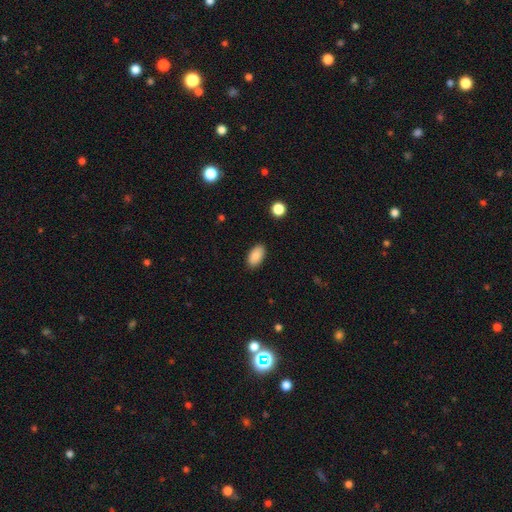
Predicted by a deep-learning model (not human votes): Q: Smooth or featured?
A: smooth (89%); runner-up: star or artifact (7%)
Q: How rounded?
A: in between (94%); runner-up: round (3%)
Q: Merging?
A: none (88%); runner-up: minor disturbance (9%)